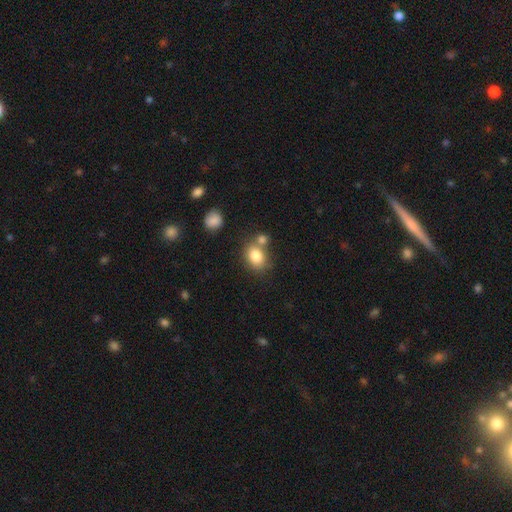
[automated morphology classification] A smooth galaxy with no disk features (82%) that is in between round and cigar-shaped (60%). Merging: none (53%).